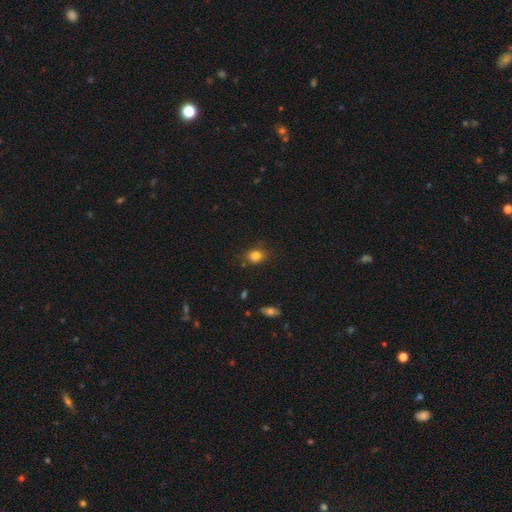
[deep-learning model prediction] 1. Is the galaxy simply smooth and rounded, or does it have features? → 81% smooth, 12% star or artifact, 7% featured or disk.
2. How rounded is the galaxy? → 53% round, 46% in between, 1% cigar-shaped.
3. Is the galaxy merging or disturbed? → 78% none, 16% minor disturbance, 4% major disturbance, 2% merger.